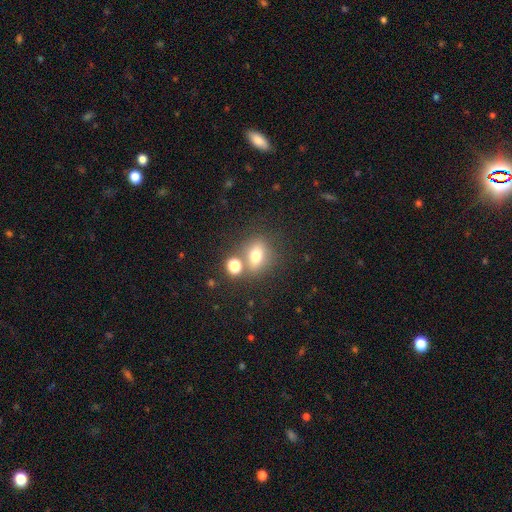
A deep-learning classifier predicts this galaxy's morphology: Smooth or featured?
  - smooth: 70% *
  - star or artifact: 16%
  - featured or disk: 14%
How rounded?
  - round: 50% *
  - in between: 48%
  - cigar-shaped: 2%
Merging?
  - none: 62% *
  - merger: 21%
  - minor disturbance: 12%
  - major disturbance: 5%